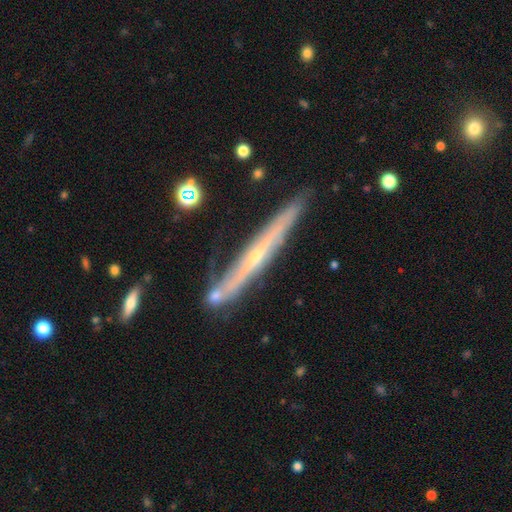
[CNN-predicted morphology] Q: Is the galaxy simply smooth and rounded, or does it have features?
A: featured or disk — 75%.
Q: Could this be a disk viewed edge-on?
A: yes — 92%.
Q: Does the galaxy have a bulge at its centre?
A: rounded — 61%.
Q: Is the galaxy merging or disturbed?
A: none — 79%.